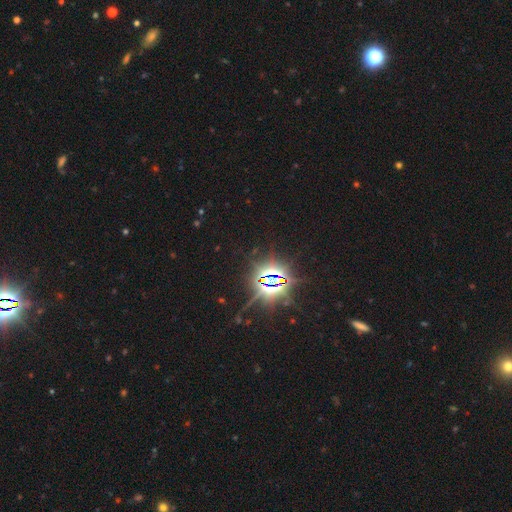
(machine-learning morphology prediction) Smooth or featured? Predicted: star or artifact (p=0.84).